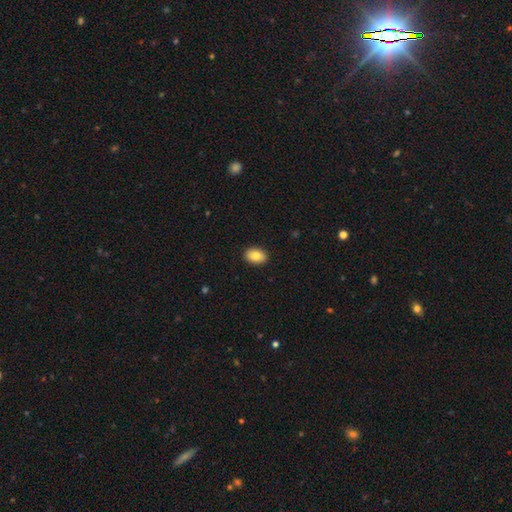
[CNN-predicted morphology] smooth_or_featured: smooth (p=0.83) [alt: featured or disk p=0.10]
how_rounded: in between (p=0.85) [alt: round p=0.14]
merging: none (p=0.90) [alt: minor disturbance p=0.07]